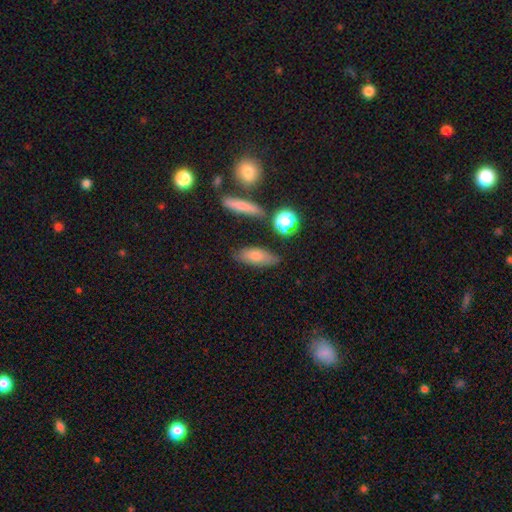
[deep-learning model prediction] This is likely a smooth galaxy (74%). How rounded: likely in between (67%). Merging: likely none (78%).